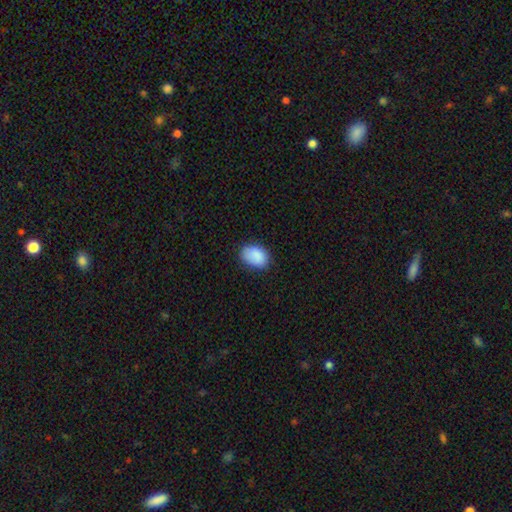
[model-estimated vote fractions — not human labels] Smooth or featured: smooth — 89% (star or artifact — 7%)
How rounded: in between — 84% (round — 15%)
Merging: none — 76% (minor disturbance — 19%)